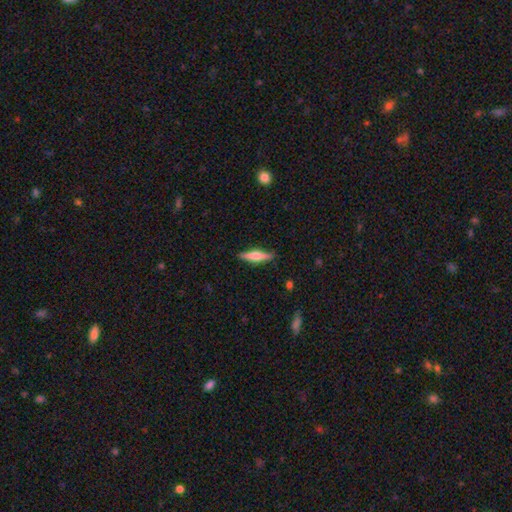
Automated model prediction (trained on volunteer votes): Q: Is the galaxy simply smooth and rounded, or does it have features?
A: featured or disk — 48%.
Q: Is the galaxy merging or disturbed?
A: none — 89%.